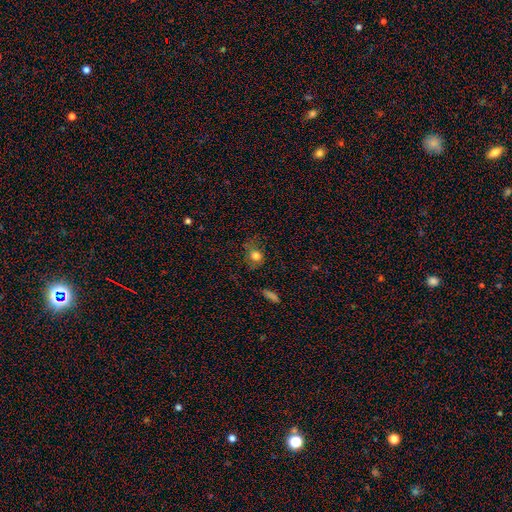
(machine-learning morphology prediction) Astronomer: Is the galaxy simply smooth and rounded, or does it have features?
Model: smooth — 76%.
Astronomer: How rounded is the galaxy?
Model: round — 65%.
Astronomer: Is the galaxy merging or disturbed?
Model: none — 63%.